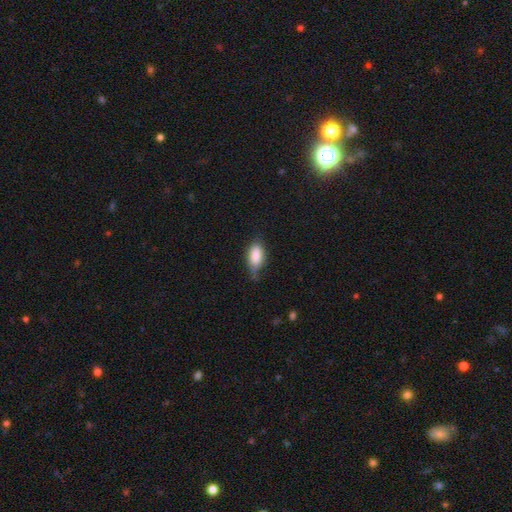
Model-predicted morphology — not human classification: The model was most divided on "merging": none: 51%, minor disturbance: 37%, major disturbance: 9%, merger: 3%. More confident: how rounded — in between (90%); smooth or featured — smooth (84%).